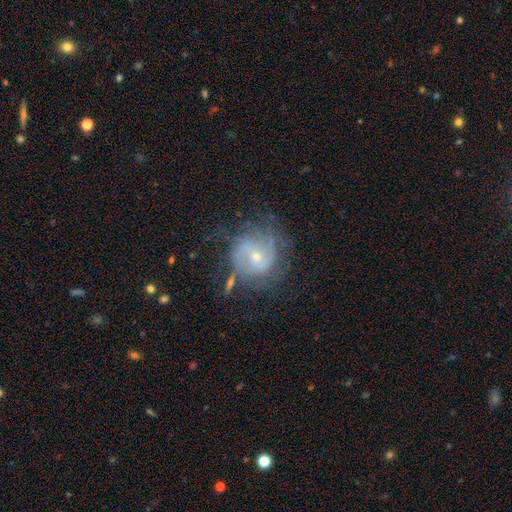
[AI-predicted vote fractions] Smooth or featured? Predicted: featured or disk (p=0.77). Edge-on disk? Predicted: no (p=0.97). Bar? Predicted: no (p=0.49). Spiral arms? Predicted: yes (p=0.91). Spiral winding? Predicted: tight (p=0.47). Spiral arm count? Predicted: 2 (p=0.39). Bulge size? Predicted: small (p=0.56). Merging? Predicted: none (p=0.66).